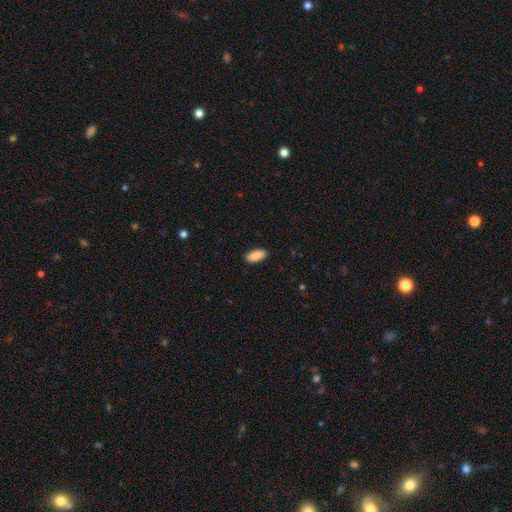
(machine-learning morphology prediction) type=smooth (91%); roundness=in between (88%); merging=none (89%).